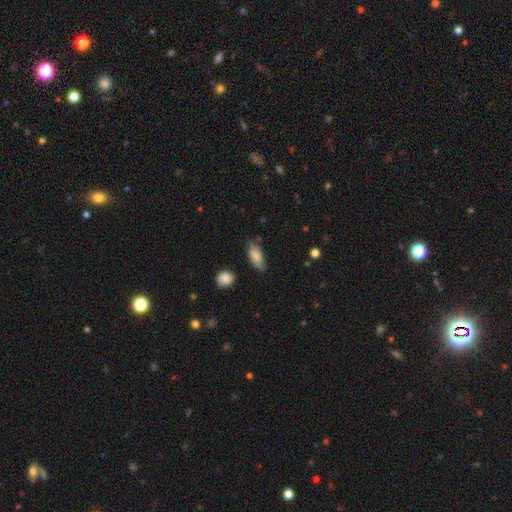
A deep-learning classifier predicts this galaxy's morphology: The model was most divided on "merging": none: 74%, minor disturbance: 20%, major disturbance: 4%, merger: 2%. More confident: smooth or featured — smooth (84%); how rounded — in between (83%).